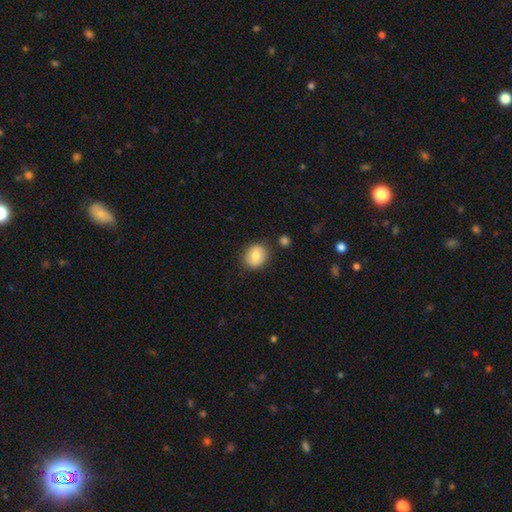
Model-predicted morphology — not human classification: Smooth or featured: smooth — 80% (featured or disk — 12%)
How rounded: round — 68% (in between — 31%)
Merging: none — 82% (minor disturbance — 12%)